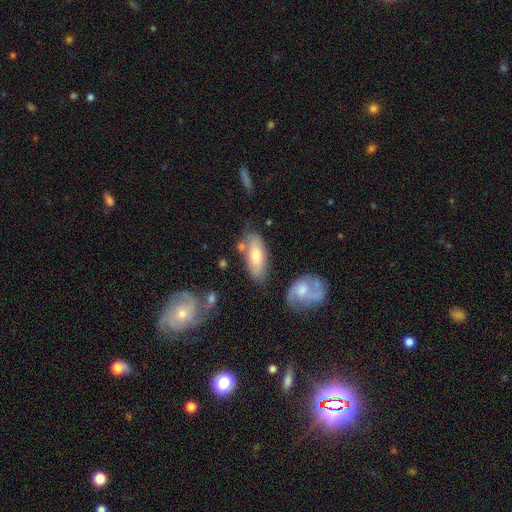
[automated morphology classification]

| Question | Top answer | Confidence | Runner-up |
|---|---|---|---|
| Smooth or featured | smooth | 59% | featured or disk (35%) |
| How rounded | in between | 82% | cigar-shaped (15%) |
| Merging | none | 63% | minor disturbance (21%) |